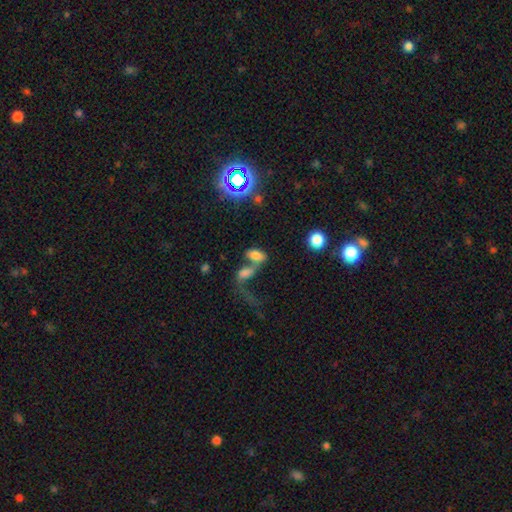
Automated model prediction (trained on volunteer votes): smooth-or-featured: smooth: 66% | featured or disk: 18% | star or artifact: 16%
  how-rounded: in between: 88% | round: 7% | cigar-shaped: 5%
  merging: merger: 61% | none: 21% | major disturbance: 10% | minor disturbance: 7%